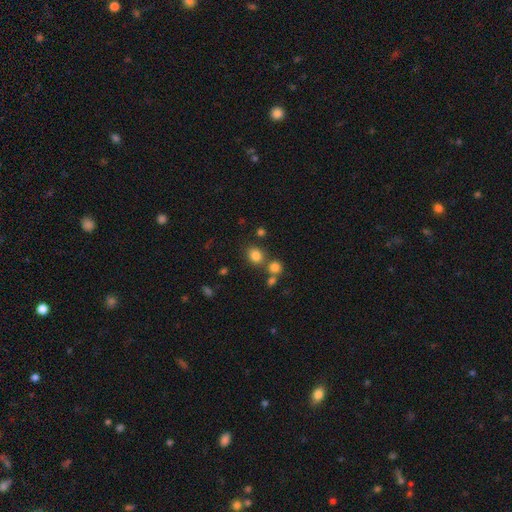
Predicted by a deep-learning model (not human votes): The model was most divided on "how rounded": round: 71%, in between: 28%, cigar-shaped: 1%. More confident: smooth or featured — smooth (81%); merging — none (70%).